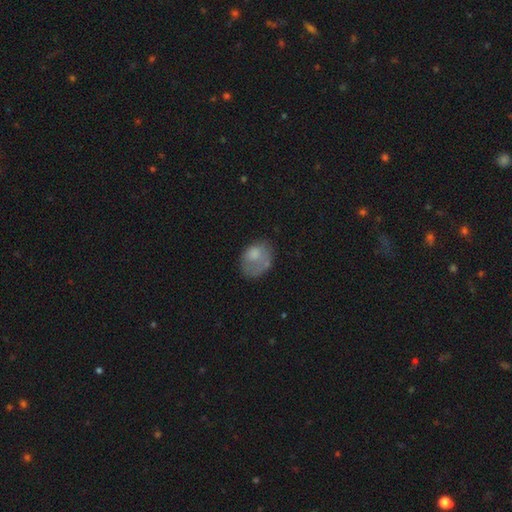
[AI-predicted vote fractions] Smooth or featured? smooth (66%)
How rounded? in between (64%)
Merging? none (40%)